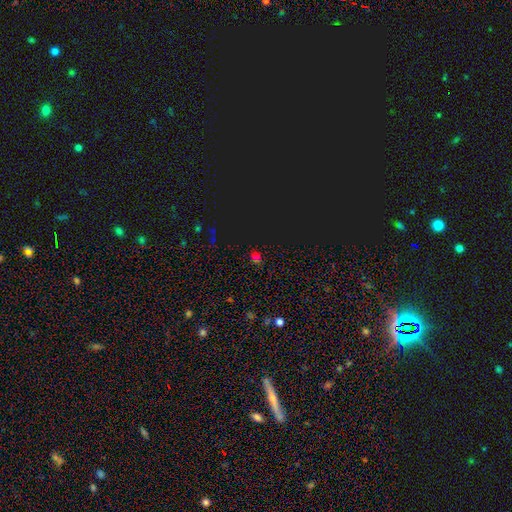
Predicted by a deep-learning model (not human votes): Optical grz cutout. It shows a star or artifact, not a galaxy (58%).